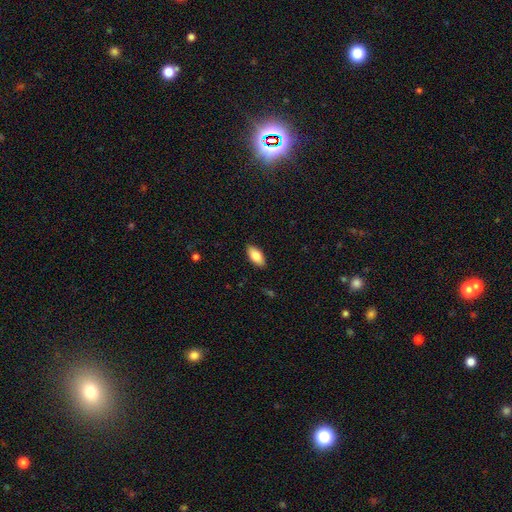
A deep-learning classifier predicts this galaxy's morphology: Smooth or featured?
  - smooth: 82% *
  - featured or disk: 12%
  - star or artifact: 6%
How rounded?
  - in between: 90% *
  - cigar-shaped: 7%
  - round: 2%
Merging?
  - none: 89% *
  - minor disturbance: 9%
  - major disturbance: 2%
  - merger: 1%